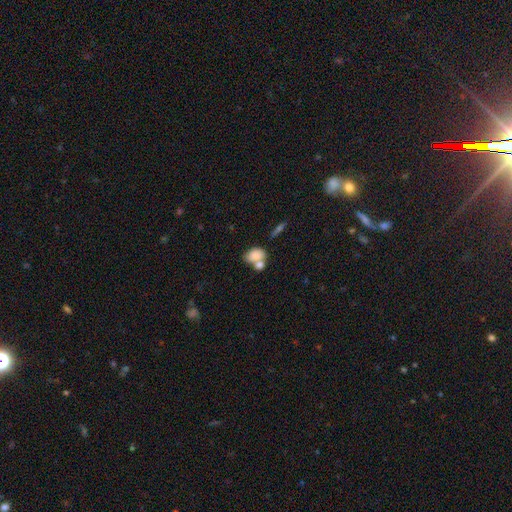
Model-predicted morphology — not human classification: smooth-or-featured: smooth: 78% | featured or disk: 13% | star or artifact: 8%
  how-rounded: in between: 78% | round: 20% | cigar-shaped: 2%
  merging: merger: 48% | none: 34% | minor disturbance: 12% | major disturbance: 6%